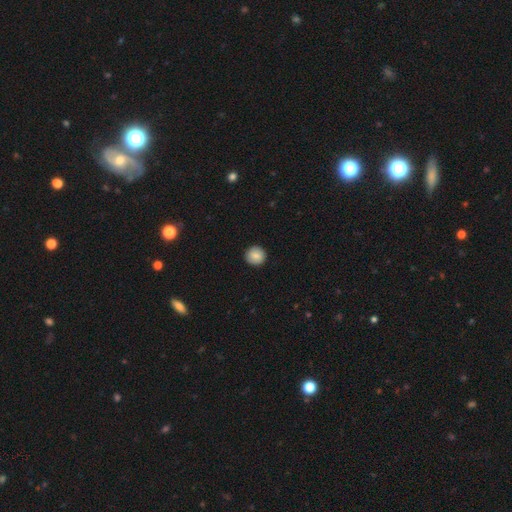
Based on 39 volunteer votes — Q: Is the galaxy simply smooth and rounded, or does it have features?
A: smooth — 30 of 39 (77%).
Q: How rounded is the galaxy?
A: round — 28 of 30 (93%).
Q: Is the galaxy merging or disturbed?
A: none — 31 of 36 (86%).